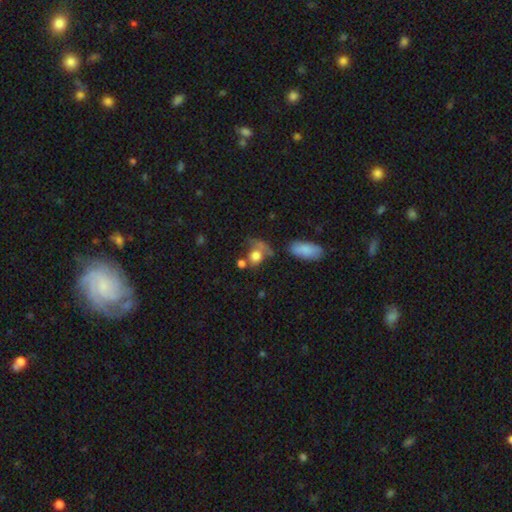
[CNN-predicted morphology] smooth_or_featured: smooth (p=0.75) [alt: featured or disk p=0.14]
how_rounded: round (p=0.64) [alt: in between p=0.34]
merging: none (p=0.37) [alt: merger p=0.24]